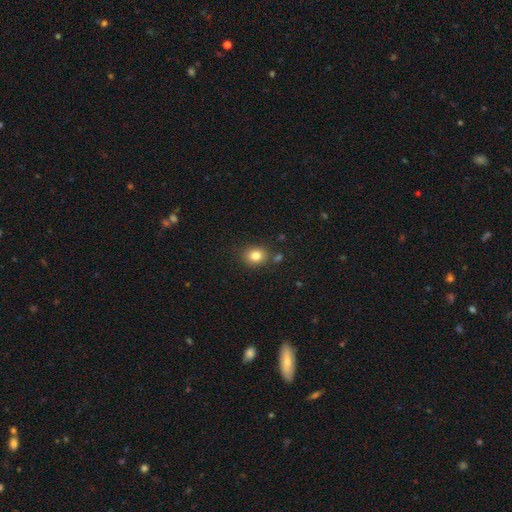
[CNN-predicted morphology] This is clearly a smooth galaxy (82%). How rounded: likely round (72%). Merging: clearly none (80%).